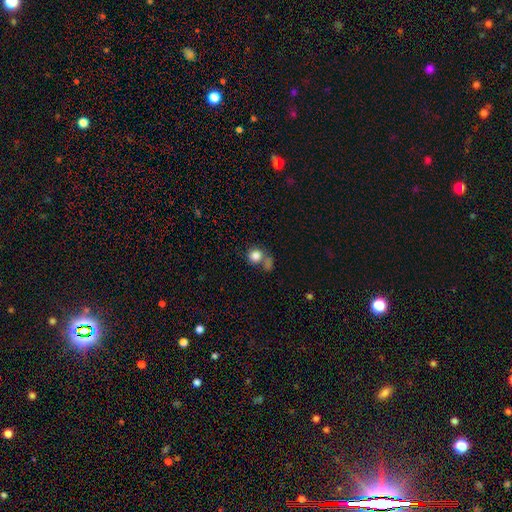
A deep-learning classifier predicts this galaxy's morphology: type=smooth (83%); roundness=round (83%); merging=none (51%).